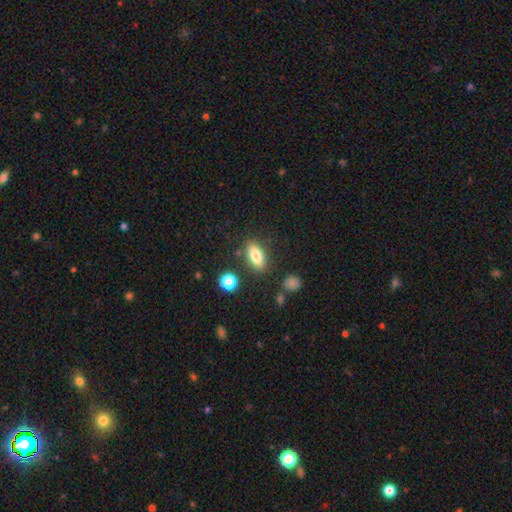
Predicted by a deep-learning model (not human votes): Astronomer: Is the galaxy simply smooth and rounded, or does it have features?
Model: smooth — 80%.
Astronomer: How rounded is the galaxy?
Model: in between — 81%.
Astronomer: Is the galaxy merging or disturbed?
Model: none — 81%.